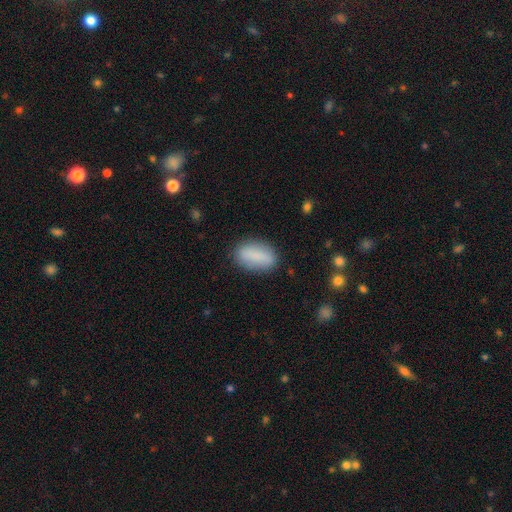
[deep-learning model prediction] Smooth or featured: smooth — 81% (featured or disk — 11%)
How rounded: in between — 85% (cigar-shaped — 10%)
Merging: none — 83% (minor disturbance — 12%)